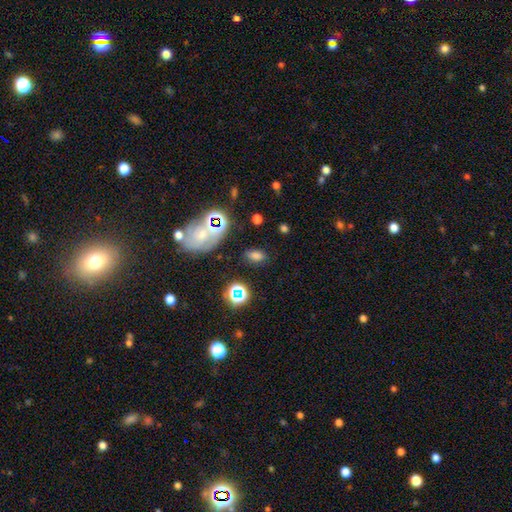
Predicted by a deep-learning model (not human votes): A smooth galaxy with no disk features (71%) that is in between round and cigar-shaped (85%). Merging: none (79%).